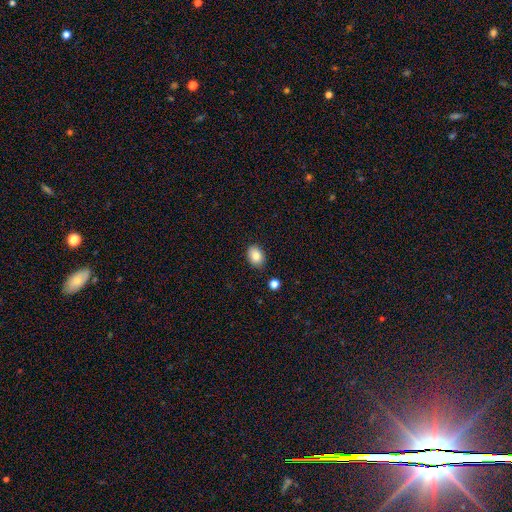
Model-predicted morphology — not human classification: The model was most divided on "how rounded": in between: 74%, round: 25%, cigar-shaped: 1%. More confident: smooth or featured — smooth (85%); merging — none (85%).